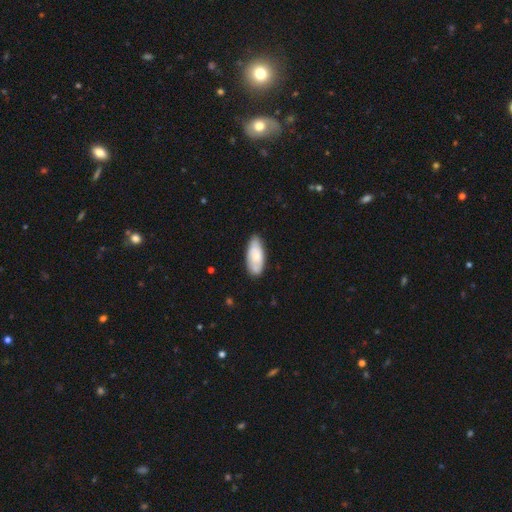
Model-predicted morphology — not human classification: Smooth or featured: smooth — 68% (featured or disk — 26%)
How rounded: in between — 86% (cigar-shaped — 12%)
Merging: none — 74% (minor disturbance — 21%)